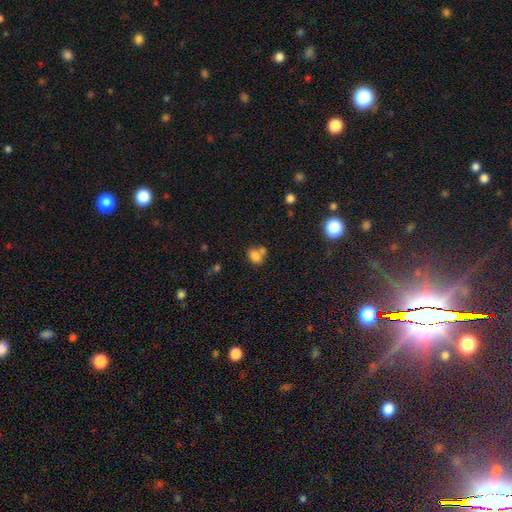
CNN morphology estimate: This appears to be a smooth galaxy with no disk features (77%) that is in between round and cigar-shaped (62%). Merging: merger (44%).